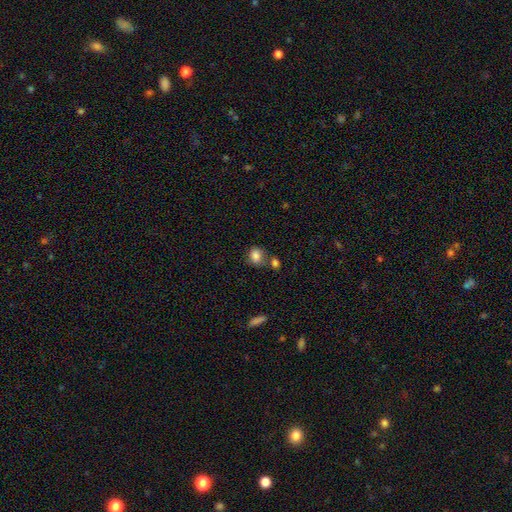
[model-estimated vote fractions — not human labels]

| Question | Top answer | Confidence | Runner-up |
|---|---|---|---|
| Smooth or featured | smooth | 84% | star or artifact (9%) |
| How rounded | round | 61% | in between (38%) |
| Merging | none | 61% | merger (20%) |